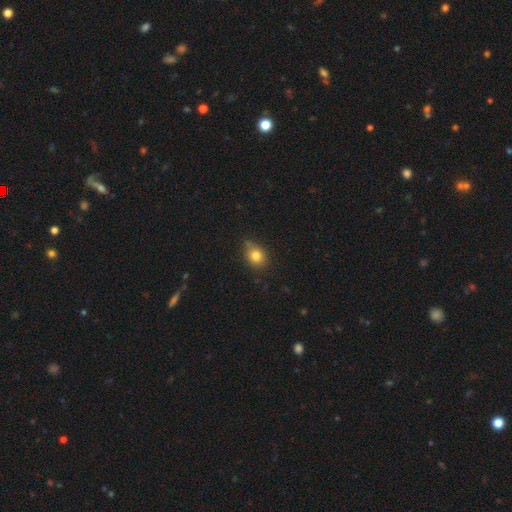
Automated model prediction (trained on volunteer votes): This appears to be a smooth galaxy with no disk features (80%) that is round (57%). Merging: none (68%).